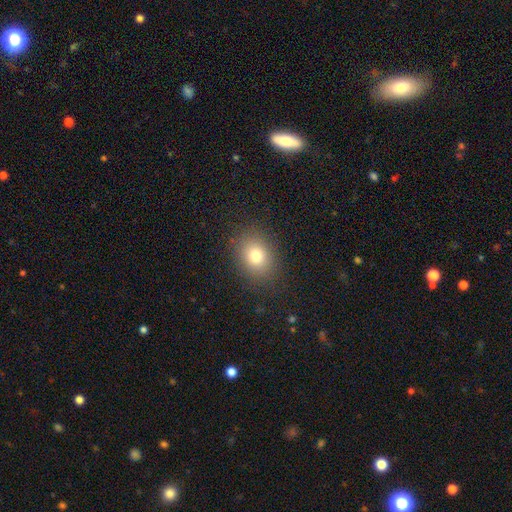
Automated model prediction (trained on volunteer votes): Smooth or featured? smooth (79%)
How rounded? round (50%)
Merging? none (86%)